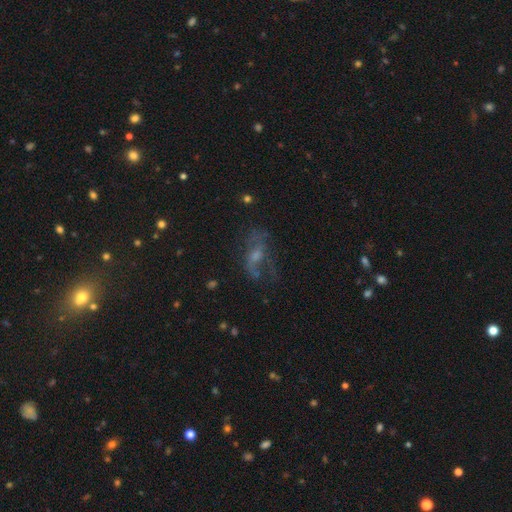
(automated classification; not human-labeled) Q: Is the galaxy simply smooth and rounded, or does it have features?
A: featured or disk — 58%.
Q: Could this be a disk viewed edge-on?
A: no — 90%.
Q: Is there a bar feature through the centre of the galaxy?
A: no — 58%.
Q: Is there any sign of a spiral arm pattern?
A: yes — 62%.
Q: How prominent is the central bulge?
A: small — 43%.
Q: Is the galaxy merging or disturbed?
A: none — 49%.